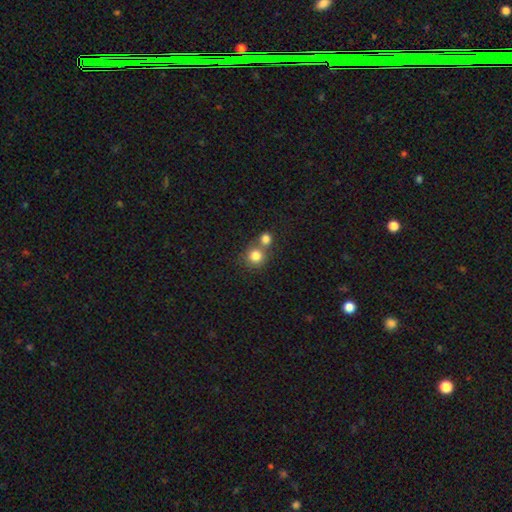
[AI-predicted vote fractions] A smooth galaxy with no disk features (81%) that is round (90%).

Vote fractions:
- Smooth or featured? smooth: 81% / star or artifact: 11% / featured or disk: 8%
- How rounded? round: 90% / in between: 9% / cigar-shaped: 1%
- Merging? none: 53% / merger: 38% / minor disturbance: 7% / major disturbance: 3%